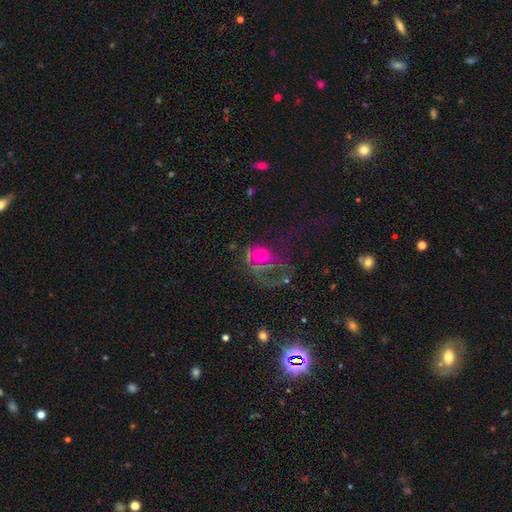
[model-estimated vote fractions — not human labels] The model was most divided on "smooth or featured": featured or disk: 50%, smooth: 35%, star or artifact: 15%. More confident: edge-on disk — no (97%); merging — major disturbance (57%).